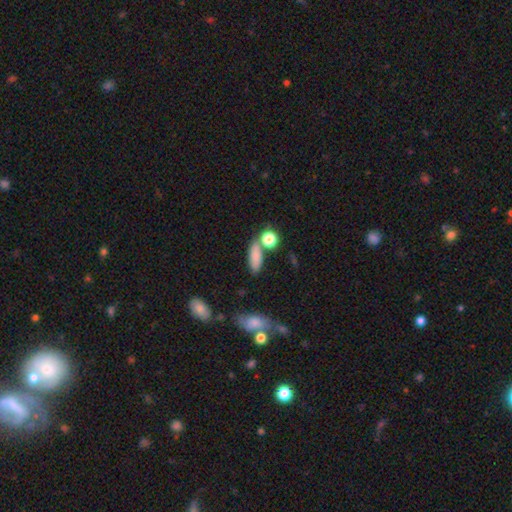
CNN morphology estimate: type=smooth (81%); roundness=in between (62%); merging=none (65%).